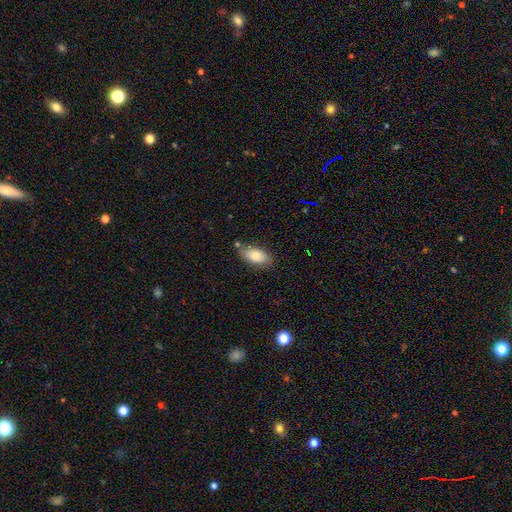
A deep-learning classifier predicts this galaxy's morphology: type=smooth (82%); roundness=in between (92%); merging=none (72%).